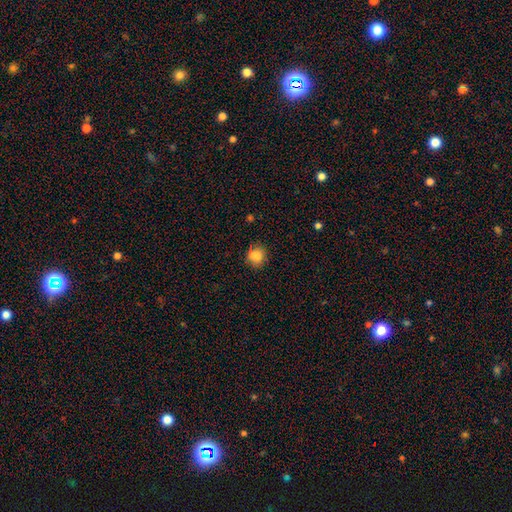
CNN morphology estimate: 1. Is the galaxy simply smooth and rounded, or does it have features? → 82% smooth, 11% star or artifact, 7% featured or disk.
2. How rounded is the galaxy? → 73% round, 26% in between, 1% cigar-shaped.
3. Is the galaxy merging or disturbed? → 75% none, 17% minor disturbance, 5% merger, 4% major disturbance.